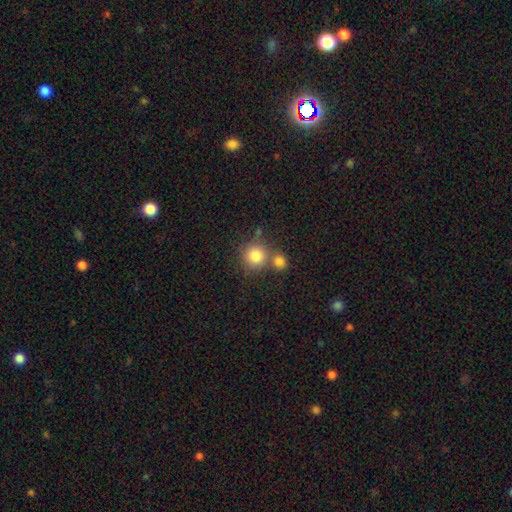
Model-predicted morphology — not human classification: Smooth or featured? Predicted: smooth (p=0.81). How rounded? Predicted: round (p=0.91). Merging? Predicted: none (p=0.60).